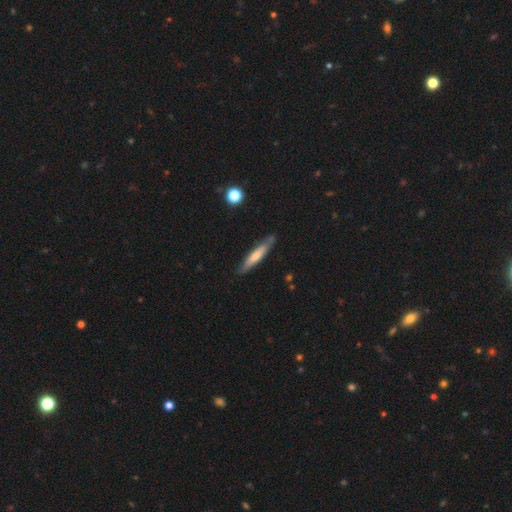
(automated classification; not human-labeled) This appears to be a smooth galaxy with no disk features (48%). Merging: none (82%).